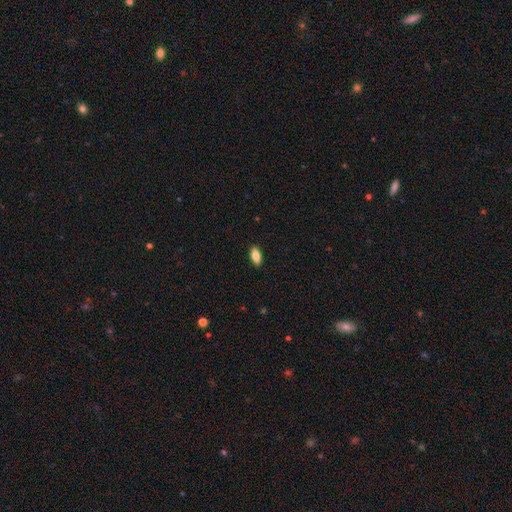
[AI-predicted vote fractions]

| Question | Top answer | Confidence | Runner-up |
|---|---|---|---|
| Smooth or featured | smooth | 84% | featured or disk (9%) |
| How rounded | in between | 88% | cigar-shaped (9%) |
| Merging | none | 89% | minor disturbance (8%) |